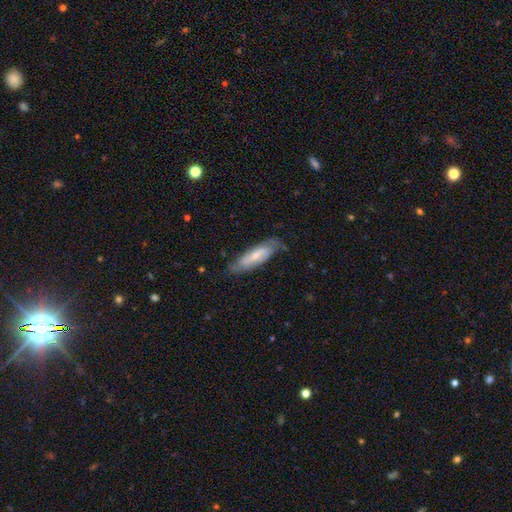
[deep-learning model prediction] Smooth or featured?
  - smooth: 50% *
  - featured or disk: 43%
  - star or artifact: 6%
How rounded?
  - cigar-shaped: 56% *
  - in between: 43%
  - round: 2%
Merging?
  - none: 71% *
  - minor disturbance: 22%
  - major disturbance: 5%
  - merger: 2%